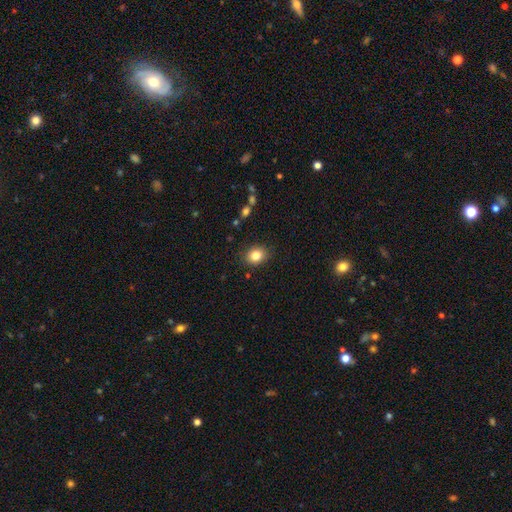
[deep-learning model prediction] Smooth or featured? smooth (83%)
How rounded? round (54%)
Merging? none (87%)